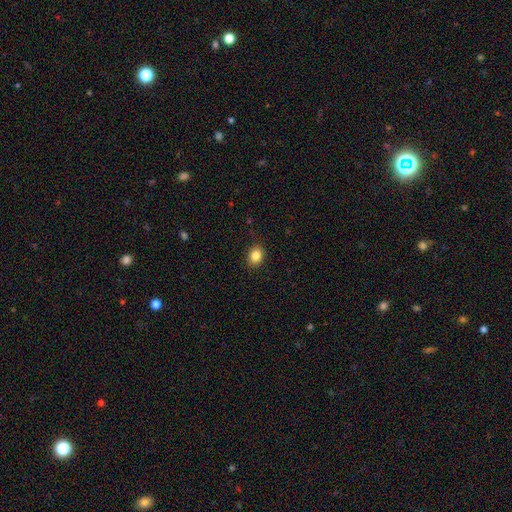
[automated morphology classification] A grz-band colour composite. It shows a smooth galaxy with no disk features (85%) that is round (51%). Merging: none (88%).